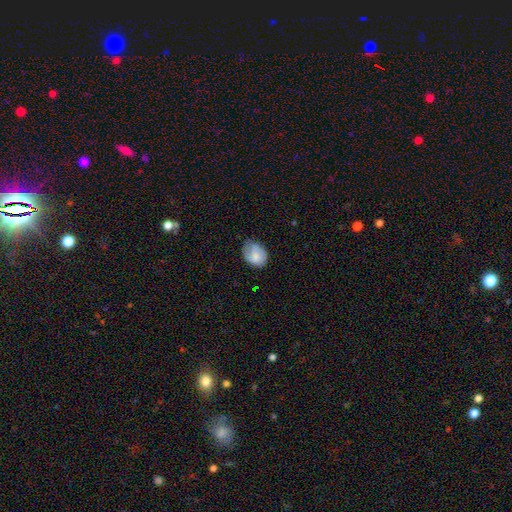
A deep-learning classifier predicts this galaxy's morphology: smooth_or_featured: smooth (p=0.64) [alt: featured or disk p=0.28]
how_rounded: in between (p=0.67) [alt: round p=0.32]
merging: none (p=0.56) [alt: minor disturbance p=0.33]